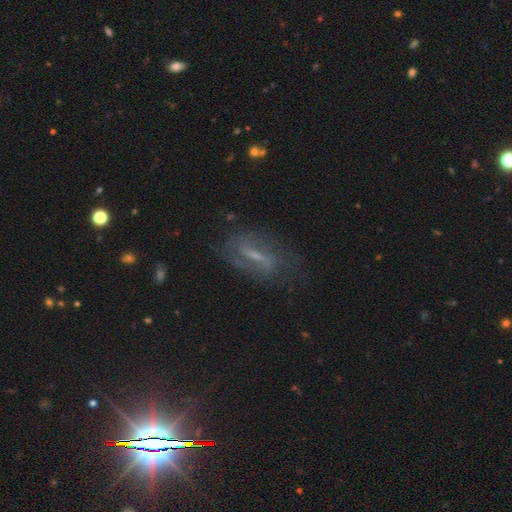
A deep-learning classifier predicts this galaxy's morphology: smooth-or-featured: featured or disk: 67% | smooth: 19% | star or artifact: 15%
  disk-edge-on: no: 84% | yes: 16%
    bar: strong: 42% (tied) | weak: 42% (tied) | no: 16%
    has-spiral-arms: yes: 78% | no: 22%
    bulge-size: small: 51% | moderate: 25% | none: 20% | large: 3% | dominant: 1%
  merging: none: 68% | minor disturbance: 18% | major disturbance: 11% | merger: 2%